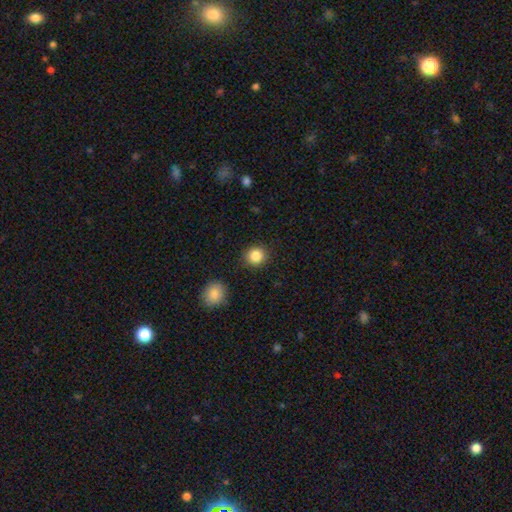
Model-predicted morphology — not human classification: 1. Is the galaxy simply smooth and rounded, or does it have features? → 86% smooth, 10% star or artifact, 4% featured or disk.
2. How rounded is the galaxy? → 89% round, 10% in between, 1% cigar-shaped.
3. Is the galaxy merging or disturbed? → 89% none, 7% minor disturbance, 2% major disturbance, 2% merger.